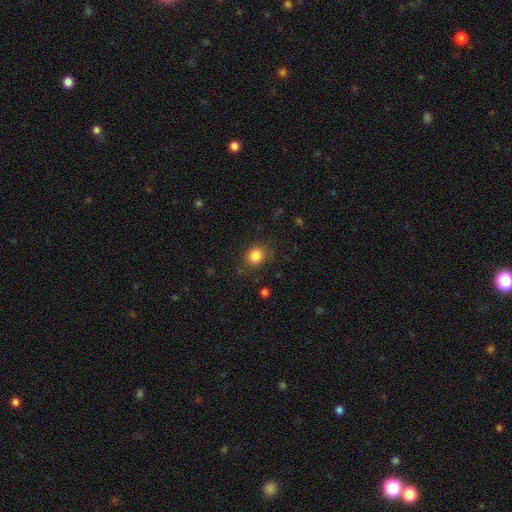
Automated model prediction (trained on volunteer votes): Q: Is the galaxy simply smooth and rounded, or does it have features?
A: smooth — 84%.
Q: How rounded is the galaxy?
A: round — 69%.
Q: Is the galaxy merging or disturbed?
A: none — 78%.